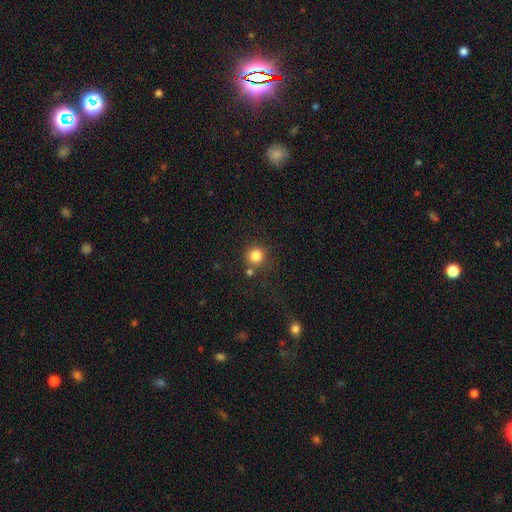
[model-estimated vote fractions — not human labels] smooth_or_featured: smooth (p=0.83) [alt: star or artifact p=0.12]
how_rounded: round (p=0.93) [alt: in between p=0.06]
merging: none (p=0.75) [alt: merger p=0.11]